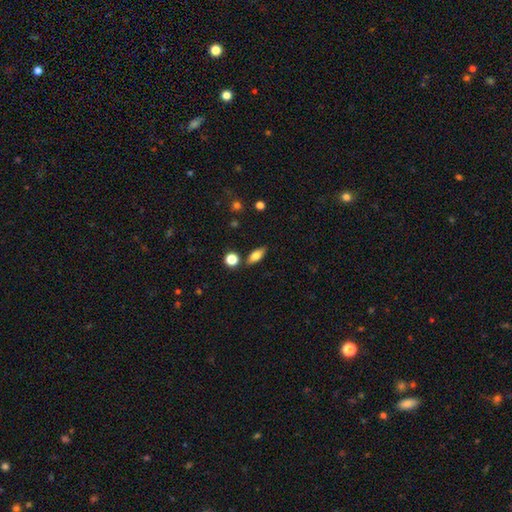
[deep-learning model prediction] Smooth or featured? smooth (72%)
How rounded? in between (76%)
Merging? none (82%)